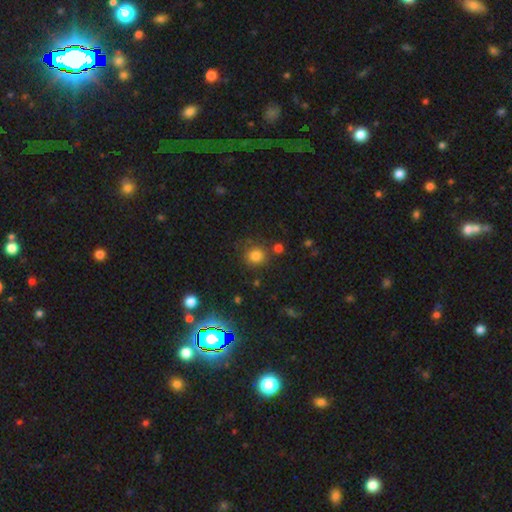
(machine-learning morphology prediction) Smooth or featured: smooth — 79% (star or artifact — 15%)
How rounded: round — 88% (in between — 11%)
Merging: none — 78% (minor disturbance — 11%)